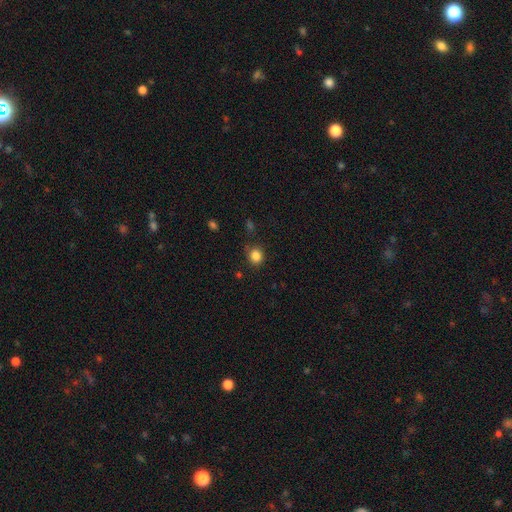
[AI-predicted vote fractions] smooth_or_featured: smooth (p=0.84) [alt: star or artifact p=0.12]
how_rounded: round (p=0.80) [alt: in between p=0.20]
merging: none (p=0.82) [alt: minor disturbance p=0.12]